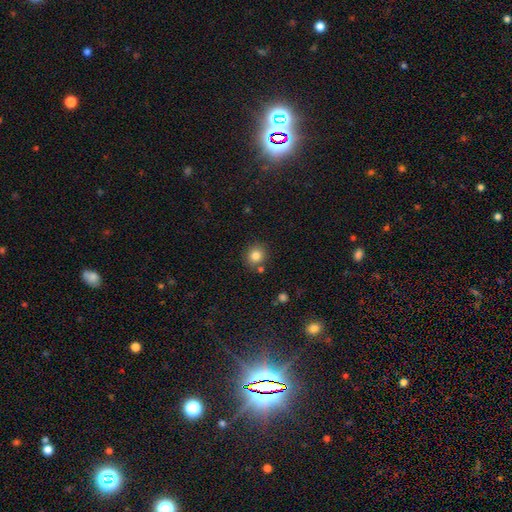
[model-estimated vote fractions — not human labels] Smooth or featured? Predicted: smooth (p=0.83). How rounded? Predicted: round (p=0.85). Merging? Predicted: none (p=0.80).